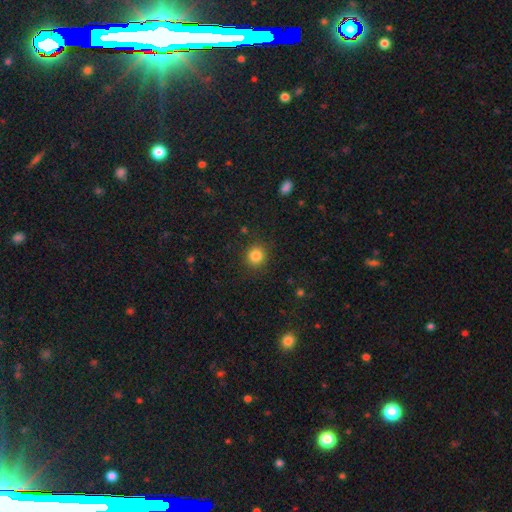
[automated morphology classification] Smooth or featured? Predicted: smooth (p=0.84). How rounded? Predicted: round (p=0.88). Merging? Predicted: none (p=0.89).